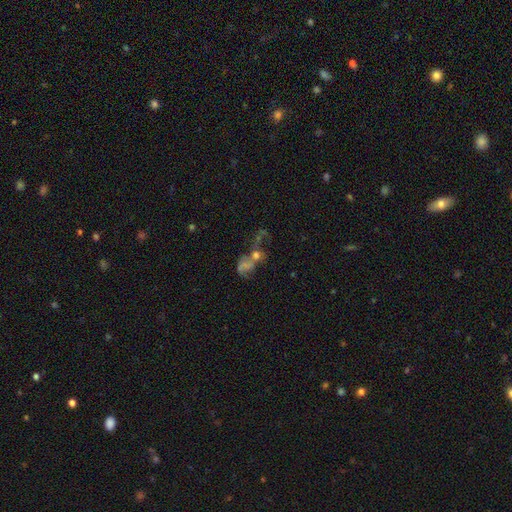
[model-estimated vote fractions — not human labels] featured or disk 40%, smooth 36%, star or artifact 24%. Down the decision tree: merging — merger (50%).